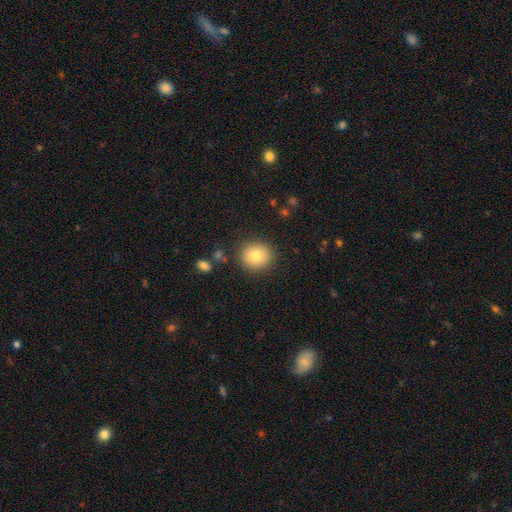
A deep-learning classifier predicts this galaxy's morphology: smooth-or-featured: smooth: 81% | featured or disk: 10% | star or artifact: 9%
  how-rounded: round: 77% | in between: 22% | cigar-shaped: 1%
  merging: none: 87% | minor disturbance: 8% | major disturbance: 3% | merger: 2%